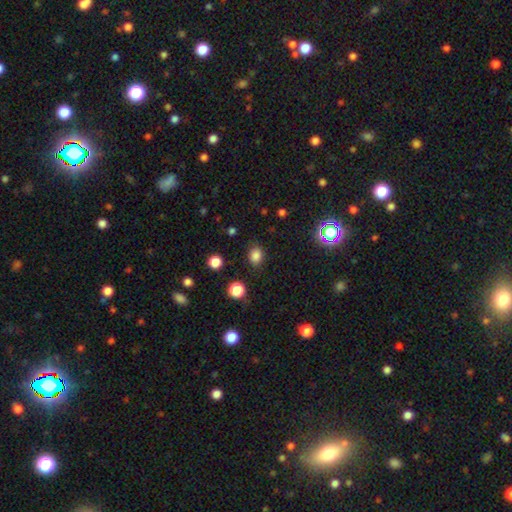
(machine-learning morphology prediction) smooth-or-featured: smooth: 81% | star or artifact: 15% | featured or disk: 4%
  how-rounded: round: 52% | in between: 47% | cigar-shaped: 1%
  merging: none: 84% | minor disturbance: 11% | major disturbance: 4% | merger: 2%